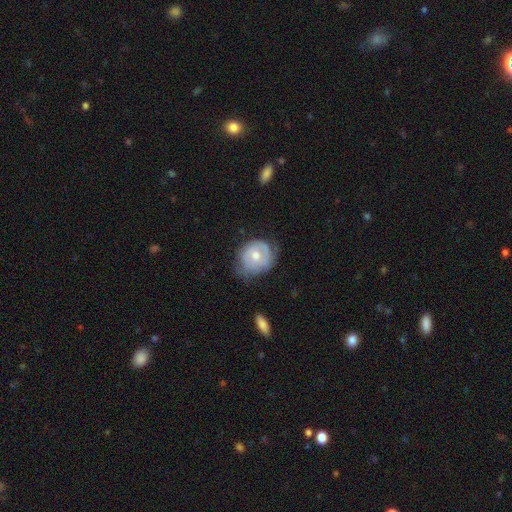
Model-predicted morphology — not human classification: A featured or disk galaxy (51%).

Vote fractions:
- Smooth or featured? featured or disk: 51% / smooth: 43% / star or artifact: 6%
- Edge-on disk? no: 97% / yes: 3%
- Merging? none: 51% / minor disturbance: 34% / major disturbance: 13% / merger: 2%